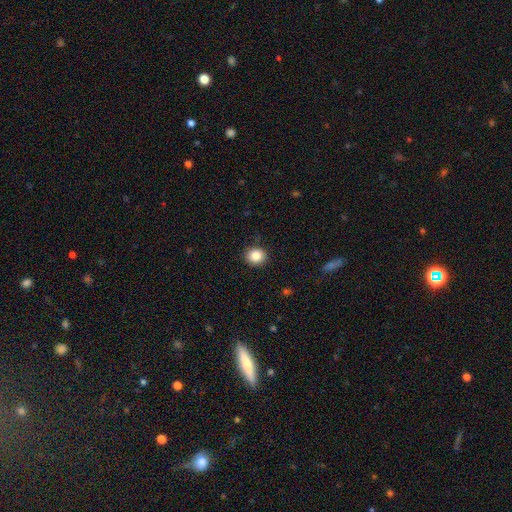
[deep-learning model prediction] This appears to be a smooth galaxy with no disk features (86%) that is round (80%). Merging: none (90%).